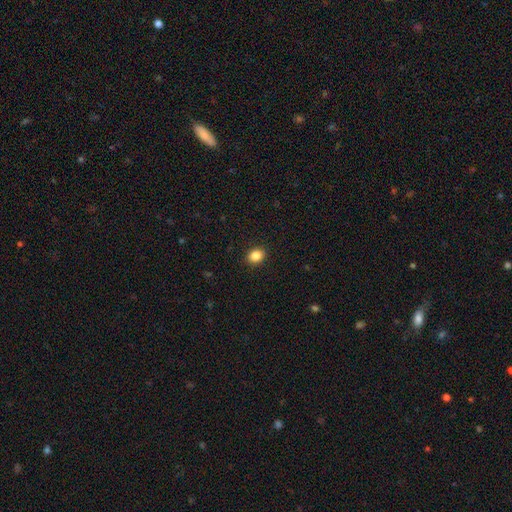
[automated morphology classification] Smooth or featured? smooth (86%)
How rounded? in between (50%)
Merging? none (91%)